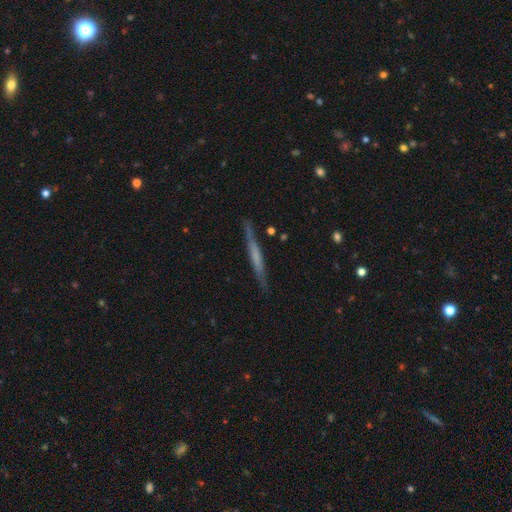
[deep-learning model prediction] Smooth or featured: featured or disk — 54% (smooth — 40%)
Edge-on disk: yes — 95% (no — 5%)
Edge-on bulge: none — 68% (boxy — 16%)
Merging: none — 86% (minor disturbance — 10%)